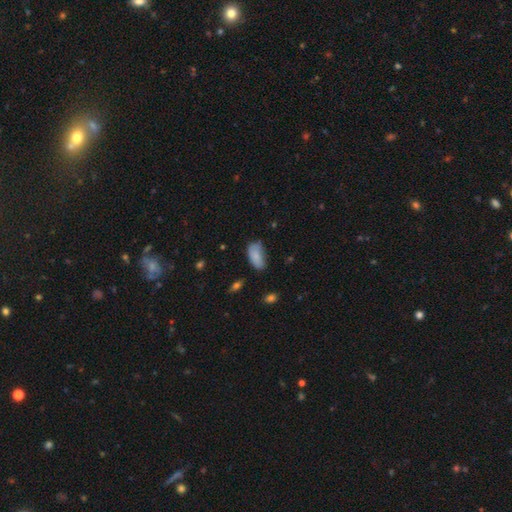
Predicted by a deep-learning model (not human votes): The model was most divided on "merging": none: 54%, minor disturbance: 35%, major disturbance: 9%, merger: 3%. More confident: how rounded — in between (93%); smooth or featured — smooth (83%).